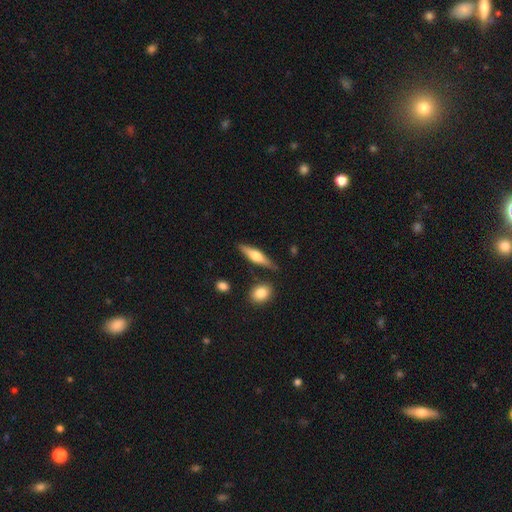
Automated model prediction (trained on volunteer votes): This appears to be a featured or disk galaxy (55%) viewed edge-on (95%) with a rounded central bulge (89%). Merging: none (82%).